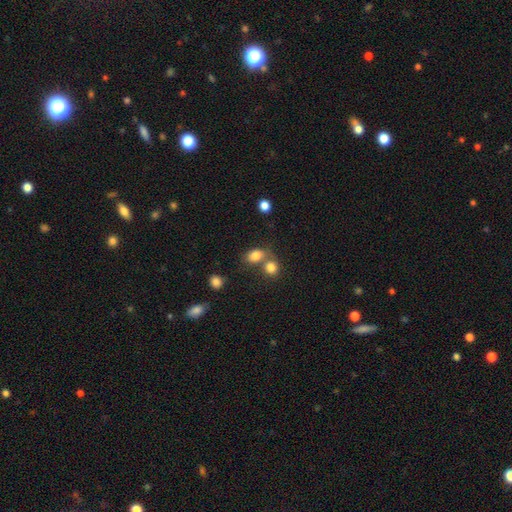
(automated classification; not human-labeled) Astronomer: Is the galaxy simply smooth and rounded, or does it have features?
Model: smooth — 81%.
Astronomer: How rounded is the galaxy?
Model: in between — 72%.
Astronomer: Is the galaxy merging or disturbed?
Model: none — 43% (runner-up: merger, 42%).